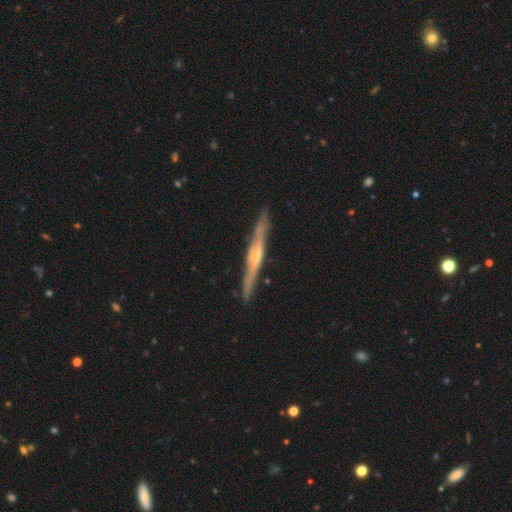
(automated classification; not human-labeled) Smooth or featured?
  - featured or disk: 77% *
  - smooth: 17%
  - star or artifact: 6%
Edge-on disk?
  - yes: 97% *
  - no: 3%
Edge-on bulge?
  - rounded: 71% *
  - none: 20%
  - boxy: 9%
Merging?
  - none: 89% *
  - minor disturbance: 8%
  - major disturbance: 1%
  - merger: 1%